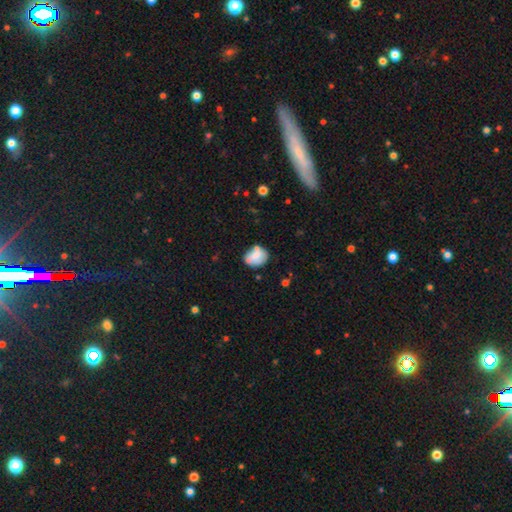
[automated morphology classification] Smooth or featured: smooth — 71% (featured or disk — 20%)
How rounded: in between — 57% (round — 42%)
Merging: none — 53% (minor disturbance — 24%)